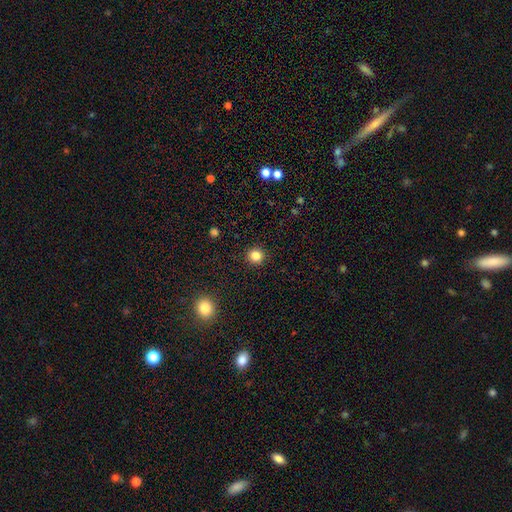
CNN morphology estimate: Smooth or featured?
  - smooth: 82% *
  - star or artifact: 13%
  - featured or disk: 5%
How rounded?
  - round: 94% *
  - in between: 5%
  - cigar-shaped: 1%
Merging?
  - none: 93% *
  - minor disturbance: 5%
  - major disturbance: 2%
  - merger: 1%